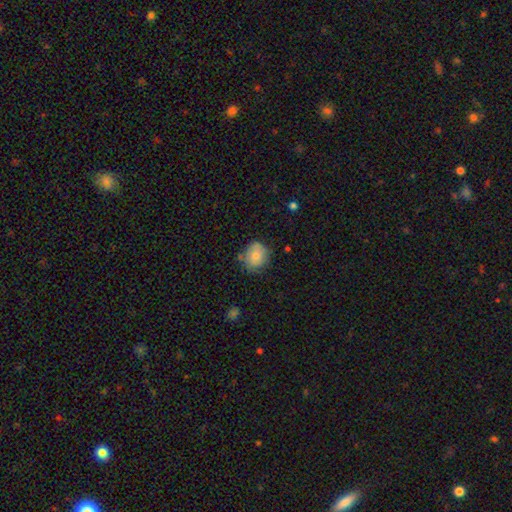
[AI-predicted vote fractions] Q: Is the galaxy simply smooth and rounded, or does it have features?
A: smooth — 69%.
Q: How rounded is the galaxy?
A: round — 74%.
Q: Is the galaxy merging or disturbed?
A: none — 67%.